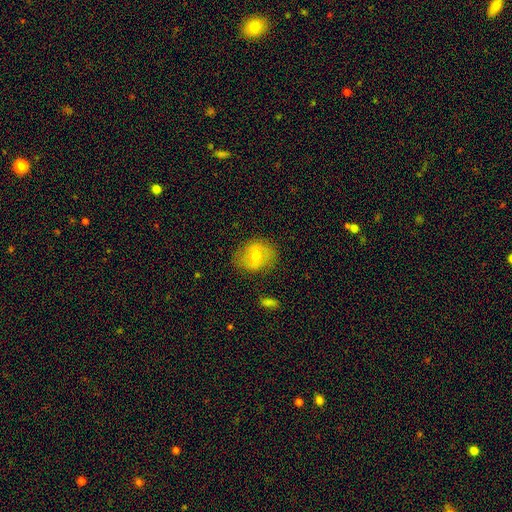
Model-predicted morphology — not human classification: This appears to be a smooth galaxy with no disk features (53%) that is round (61%). Merging: none (75%).